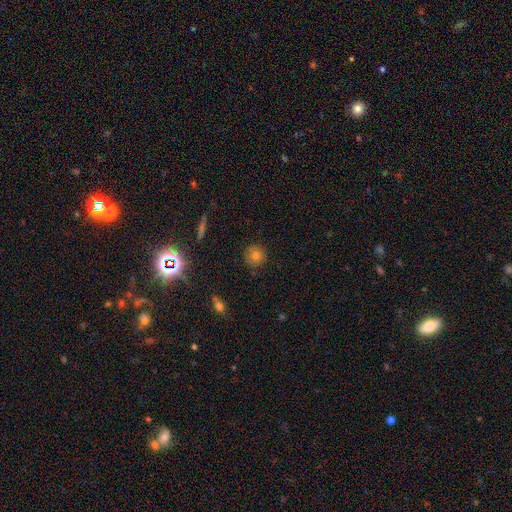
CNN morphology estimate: smooth 72%, featured or disk 15%, star or artifact 14%. Down the decision tree: how rounded — round (93%); merging — none (87%).